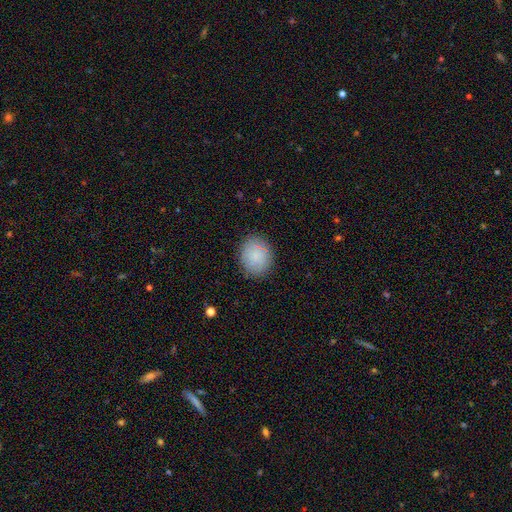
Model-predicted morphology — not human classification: The model was most divided on "how rounded": round: 57%, in between: 42%, cigar-shaped: 1%. More confident: merging — none (86%); smooth or featured — smooth (84%).